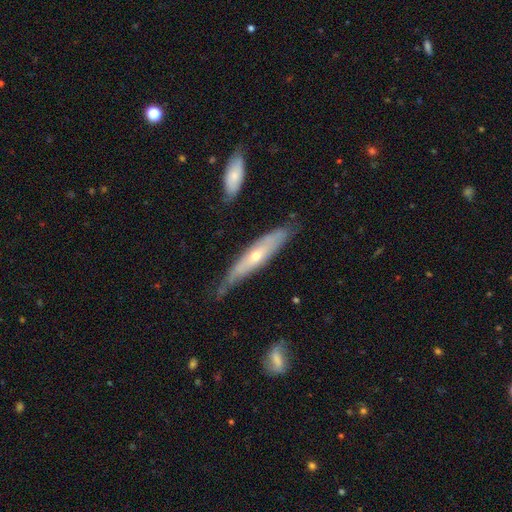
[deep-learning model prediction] Smooth or featured?
  - featured or disk: 56% *
  - smooth: 39%
  - star or artifact: 6%
Edge-on disk?
  - yes: 63% *
  - no: 37%
Merging?
  - none: 62% *
  - minor disturbance: 28%
  - major disturbance: 6%
  - merger: 3%